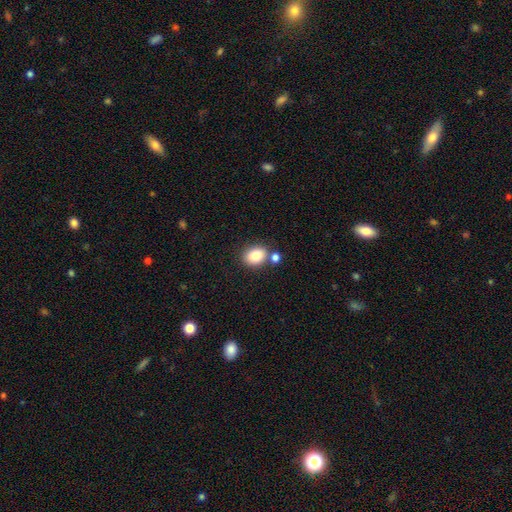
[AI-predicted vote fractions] Q: Smooth or featured?
A: smooth (84%); runner-up: star or artifact (9%)
Q: How rounded?
A: in between (62%); runner-up: round (37%)
Q: Merging?
A: none (69%); runner-up: merger (17%)